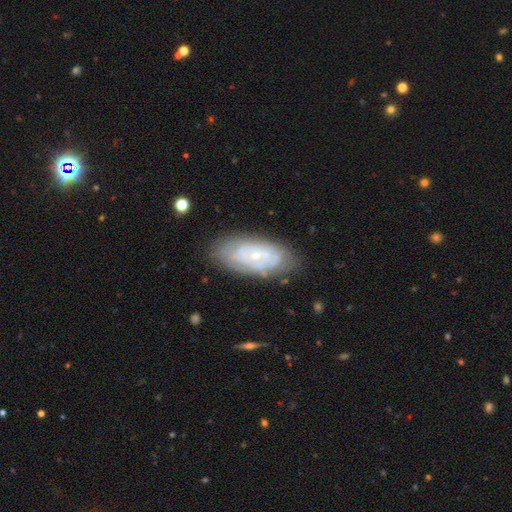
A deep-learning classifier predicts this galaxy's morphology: smooth_or_featured: featured or disk (p=0.66) [alt: smooth p=0.27]
disk_edge_on: no (p=0.92) [alt: yes p=0.08]
bar: no (p=0.80) [alt: weak p=0.16]
has_spiral_arms: yes (p=0.66) [alt: no p=0.34]
bulge_size: small (p=0.77) [alt: moderate p=0.18]
merging: none (p=0.76) [alt: minor disturbance p=0.17]